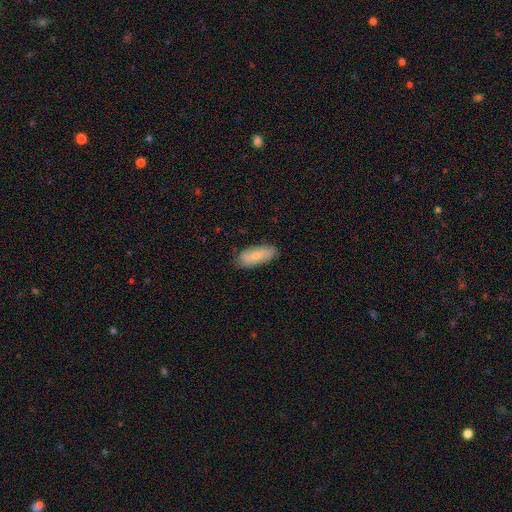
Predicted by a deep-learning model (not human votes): Overall: smooth (64%; featured or disk 29%). How rounded: in between (80%). Merging: none (78%).